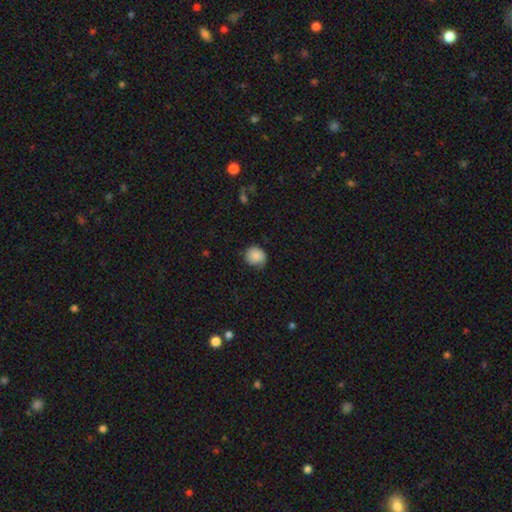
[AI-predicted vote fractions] Morphology: type=smooth (85%); roundness=round (85%); merging=none (65%).